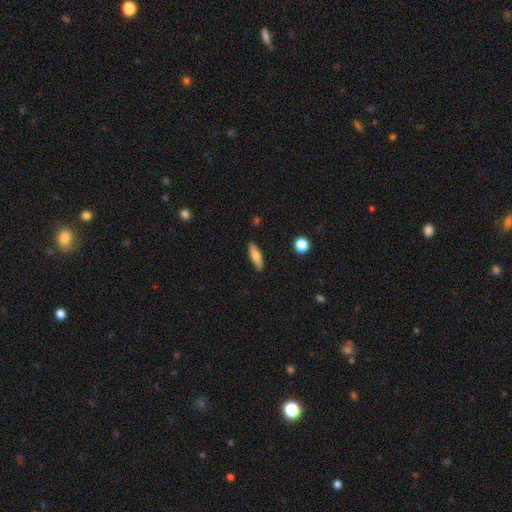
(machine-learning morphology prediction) Smooth or featured: smooth — 71% (featured or disk — 22%)
How rounded: cigar-shaped — 54% (in between — 44%)
Merging: none — 87% (minor disturbance — 10%)